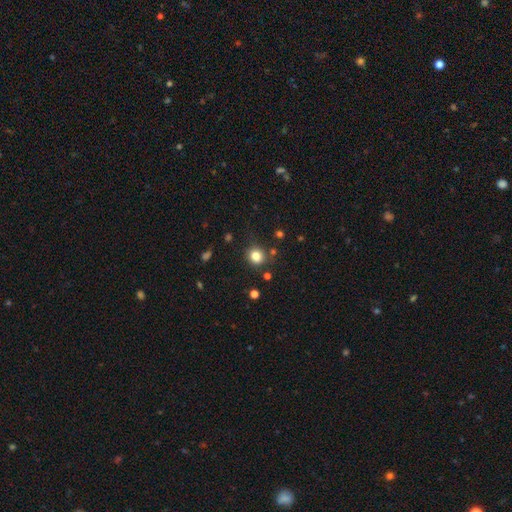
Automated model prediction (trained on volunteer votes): Smooth or featured? smooth (82%)
How rounded? round (85%)
Merging? none (82%)